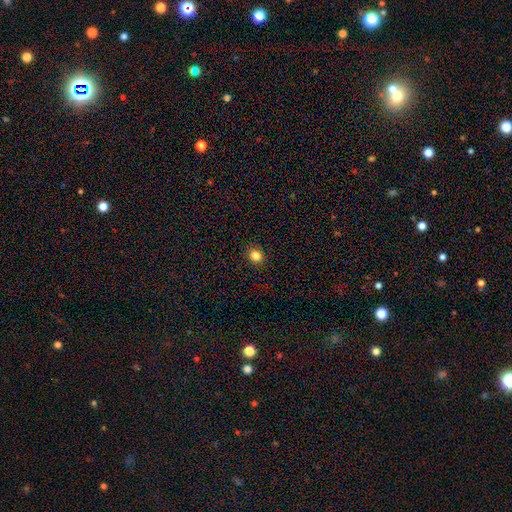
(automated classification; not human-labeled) Smooth or featured? smooth (84%)
How rounded? round (73%)
Merging? none (90%)